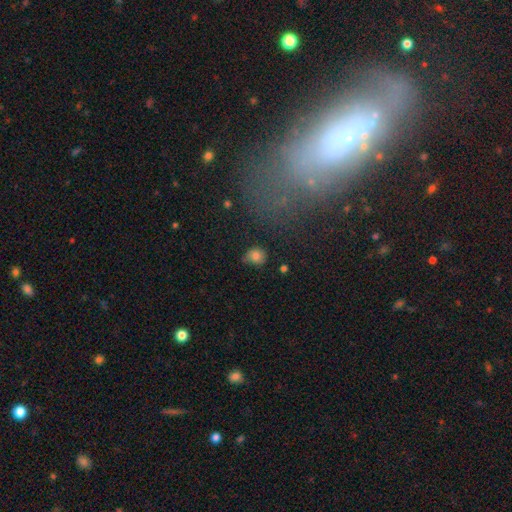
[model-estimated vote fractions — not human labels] This is likely a smooth galaxy (77%). How rounded: likely round (73%). Merging: possibly none (59%).